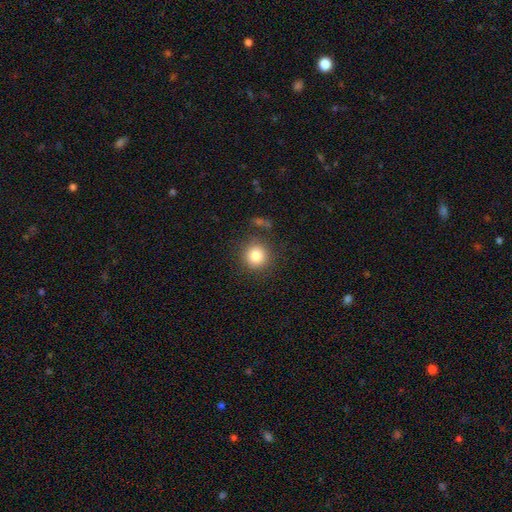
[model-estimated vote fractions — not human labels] smooth_or_featured: smooth (p=0.83) [alt: star or artifact p=0.11]
how_rounded: round (p=0.93) [alt: in between p=0.06]
merging: none (p=0.84) [alt: minor disturbance p=0.09]